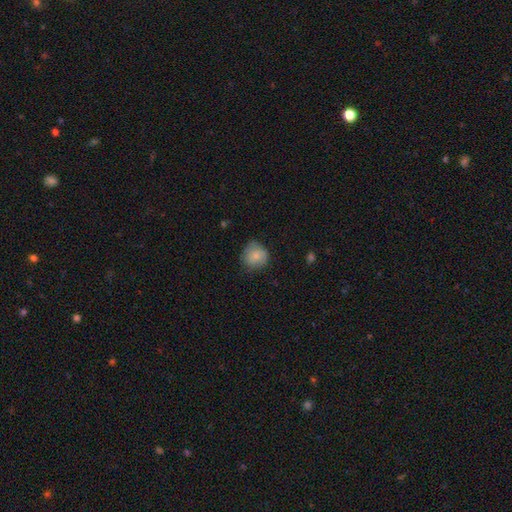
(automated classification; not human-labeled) smooth_or_featured: smooth (p=0.79) [alt: featured or disk p=0.14]
how_rounded: round (p=0.83) [alt: in between p=0.16]
merging: none (p=0.65) [alt: minor disturbance p=0.28]